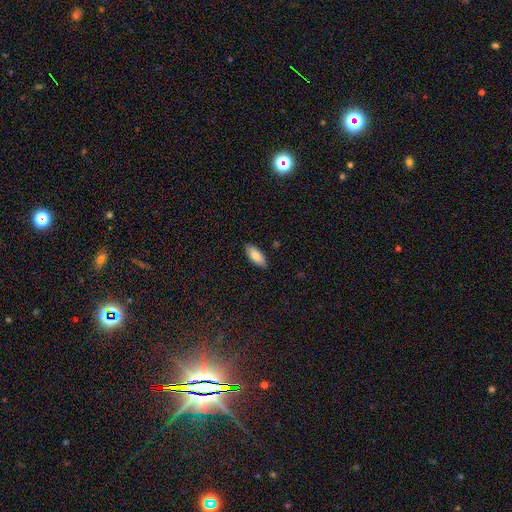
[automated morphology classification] A smooth galaxy with no disk features (85%) that is in between round and cigar-shaped (81%).

Vote fractions:
- Smooth or featured? smooth: 85% / featured or disk: 9% / star or artifact: 6%
- How rounded? in between: 81% / cigar-shaped: 17% / round: 2%
- Merging? none: 87% / minor disturbance: 10% / major disturbance: 2% / merger: 1%